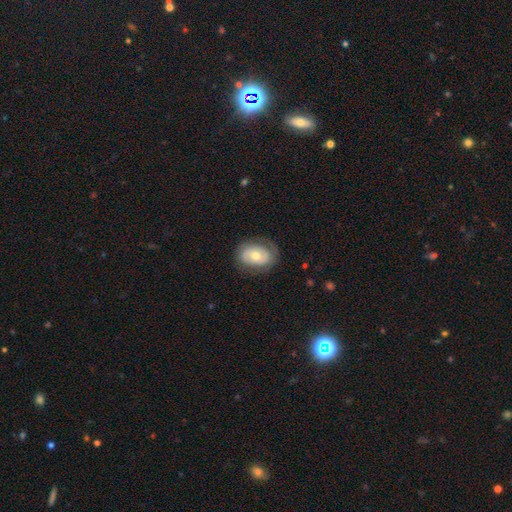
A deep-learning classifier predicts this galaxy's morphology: Smooth or featured: featured or disk — 47% (tied with smooth — 47%)
Merging: none — 73% (minor disturbance — 19%)